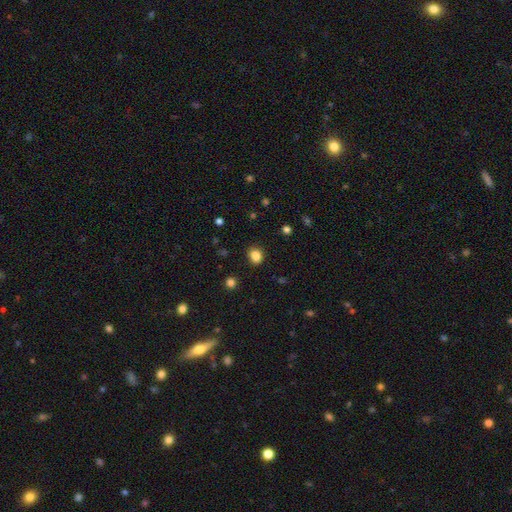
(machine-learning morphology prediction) smooth-or-featured: smooth: 84% | star or artifact: 12% | featured or disk: 4%
  how-rounded: round: 57% | in between: 42% | cigar-shaped: 1%
  merging: none: 82% | minor disturbance: 11% | major disturbance: 3% | merger: 3%